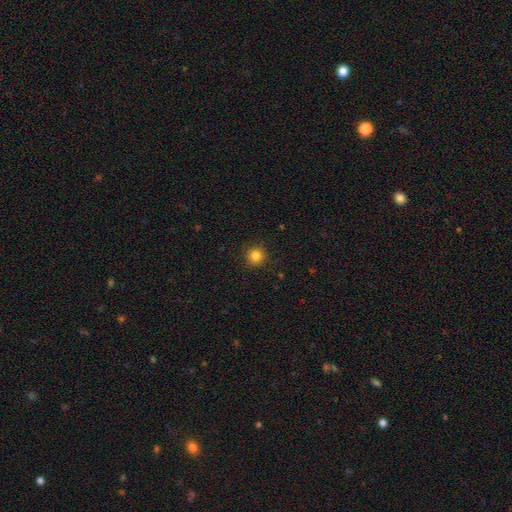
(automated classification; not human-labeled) A smooth galaxy with no disk features (84%) that is round (94%).

Vote fractions:
- Smooth or featured? smooth: 84% / star or artifact: 12% / featured or disk: 4%
- How rounded? round: 94% / in between: 5% / cigar-shaped: 1%
- Merging? none: 91% / minor disturbance: 6% / major disturbance: 2% / merger: 1%